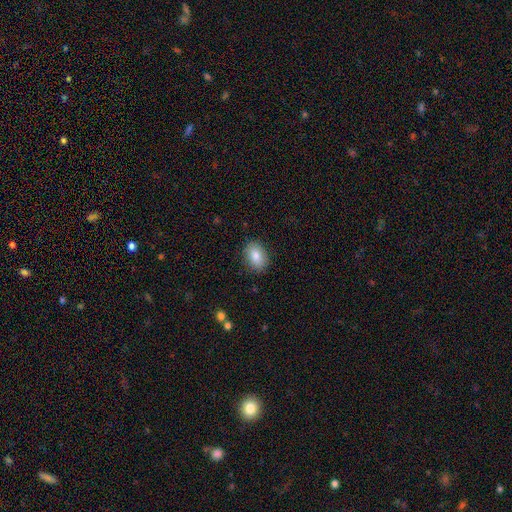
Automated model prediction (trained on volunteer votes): Smooth or featured?
  - smooth: 84% *
  - featured or disk: 8%
  - star or artifact: 8%
How rounded?
  - in between: 79% *
  - round: 20%
  - cigar-shaped: 1%
Merging?
  - none: 87% *
  - minor disturbance: 10%
  - major disturbance: 3%
  - merger: 1%